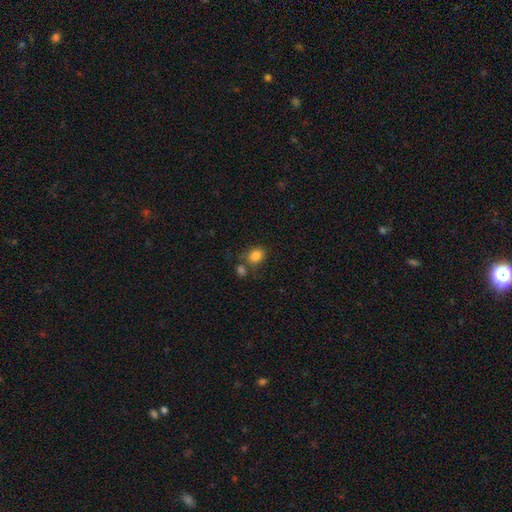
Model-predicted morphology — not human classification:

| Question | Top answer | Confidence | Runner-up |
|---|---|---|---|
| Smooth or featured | smooth | 83% | star or artifact (10%) |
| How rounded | round | 55% | in between (44%) |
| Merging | none | 61% | merger (18%) |